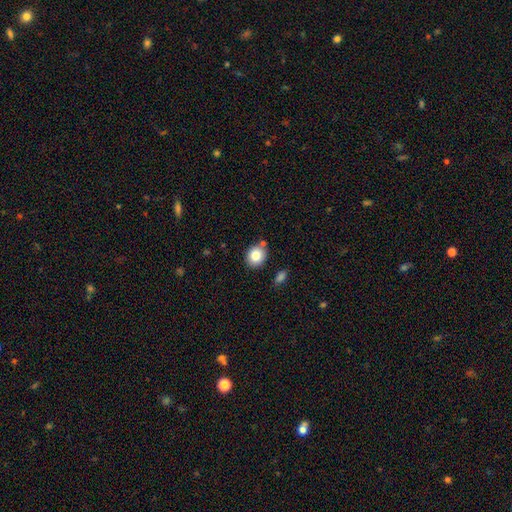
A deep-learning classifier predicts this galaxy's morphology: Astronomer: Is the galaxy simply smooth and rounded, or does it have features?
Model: smooth — 83%.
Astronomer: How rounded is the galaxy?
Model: round — 67%.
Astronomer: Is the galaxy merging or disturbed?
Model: none — 78%.